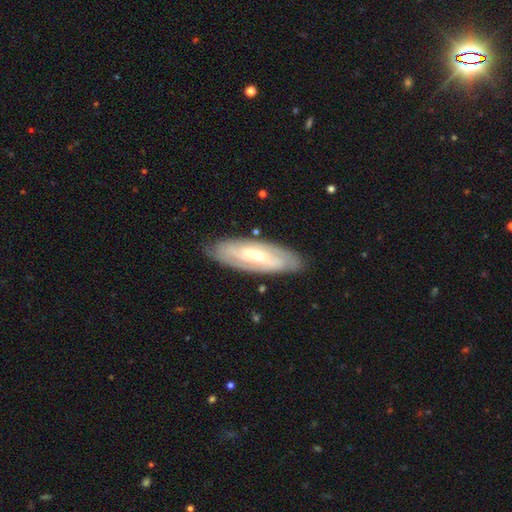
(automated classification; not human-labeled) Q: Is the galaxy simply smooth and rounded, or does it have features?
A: featured or disk — 69%.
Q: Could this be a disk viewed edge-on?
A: no — 82%.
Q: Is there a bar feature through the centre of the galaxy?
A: weak — 40%.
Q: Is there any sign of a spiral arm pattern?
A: yes — 84%.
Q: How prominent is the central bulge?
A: moderate — 42%, tied with small.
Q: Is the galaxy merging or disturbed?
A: none — 81%.